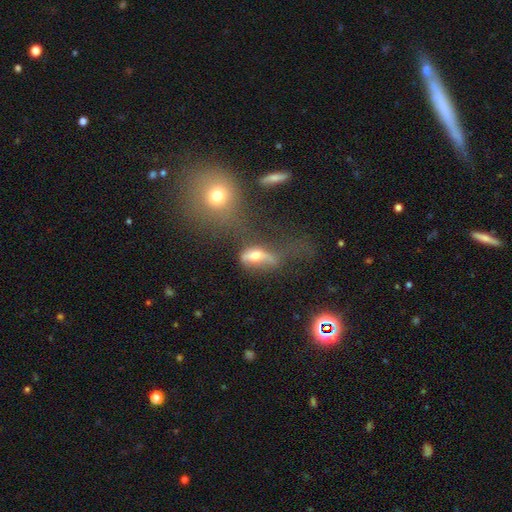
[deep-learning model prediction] Morphology: type=smooth (48%); merging=major disturbance (41%).